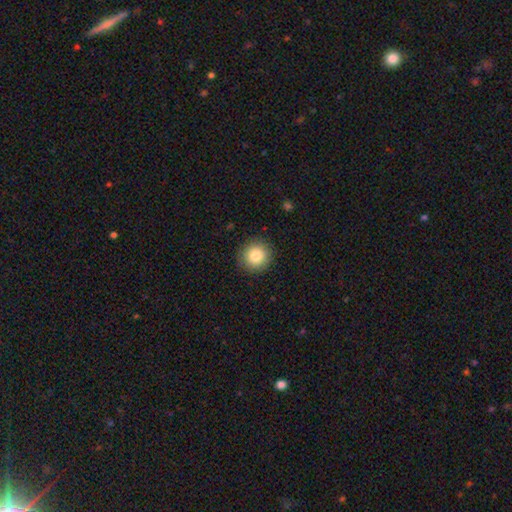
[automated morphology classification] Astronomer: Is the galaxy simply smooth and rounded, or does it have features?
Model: smooth — 83%.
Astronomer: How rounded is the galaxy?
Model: round — 94%.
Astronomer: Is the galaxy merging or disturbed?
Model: none — 90%.